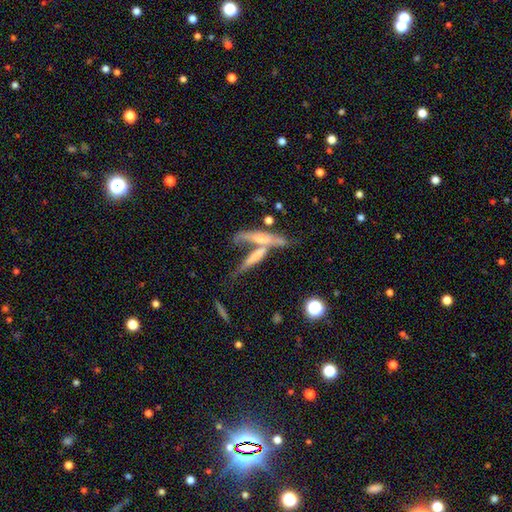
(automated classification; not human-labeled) This appears to be a featured or disk galaxy (47%). Merging: merger (49%).